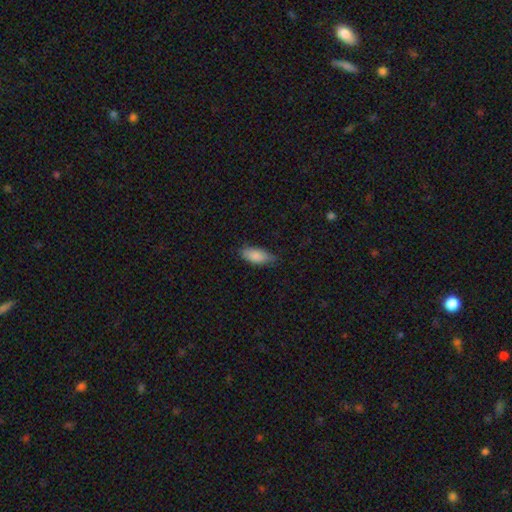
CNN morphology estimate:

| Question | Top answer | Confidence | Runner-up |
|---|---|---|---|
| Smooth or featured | smooth | 87% | featured or disk (7%) |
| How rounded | in between | 85% | cigar-shaped (13%) |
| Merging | none | 72% | minor disturbance (23%) |